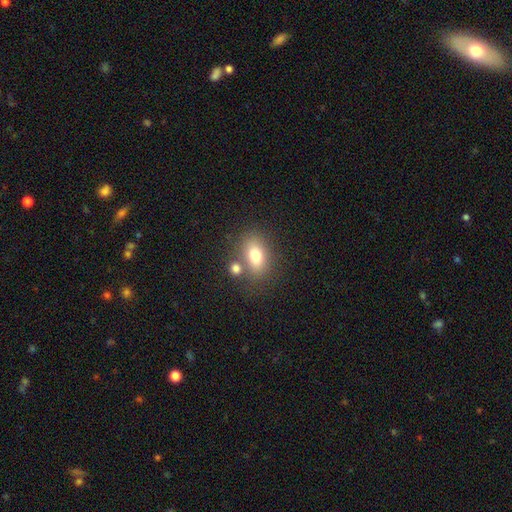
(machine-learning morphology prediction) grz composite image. It shows a smooth galaxy with no disk features (76%) that is in between round and cigar-shaped (81%). Merging: none (63%).